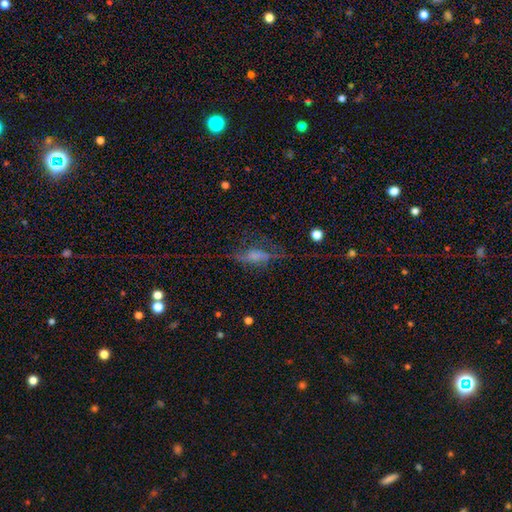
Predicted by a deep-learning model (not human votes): Smooth or featured? Predicted: smooth (p=0.45). Merging? Predicted: none (p=0.43).